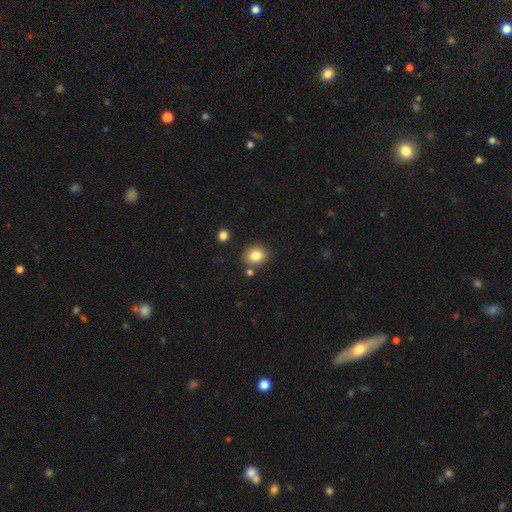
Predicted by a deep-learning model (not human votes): Q: Smooth or featured?
A: smooth (83%); runner-up: star or artifact (10%)
Q: How rounded?
A: round (78%); runner-up: in between (21%)
Q: Merging?
A: none (82%); runner-up: minor disturbance (9%)